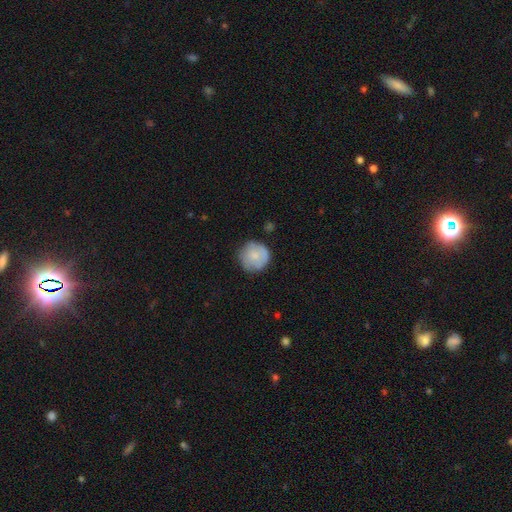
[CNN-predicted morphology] Smooth or featured?
  - smooth: 71% *
  - featured or disk: 23%
  - star or artifact: 6%
How rounded?
  - round: 93% *
  - in between: 6%
  - cigar-shaped: 1%
Merging?
  - none: 77% *
  - minor disturbance: 17%
  - major disturbance: 4%
  - merger: 1%